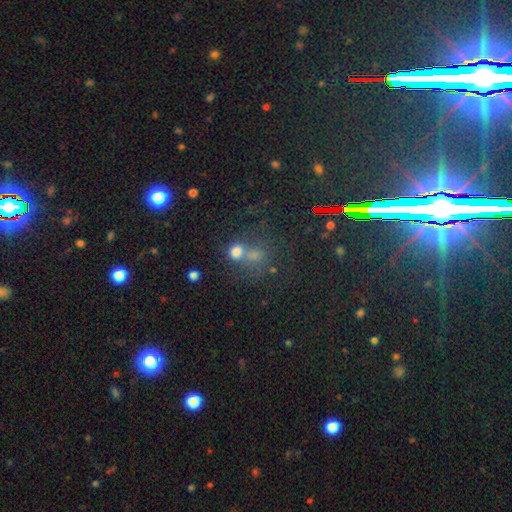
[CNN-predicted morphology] Overall: smooth (49%; star or artifact 37%). Merging: merger (44%; none 40%).